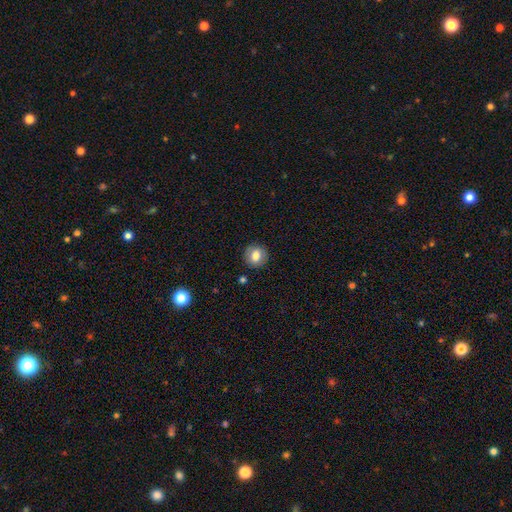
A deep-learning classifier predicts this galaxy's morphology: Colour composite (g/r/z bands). It shows a smooth galaxy with no disk features (80%) that is round (88%). Merging: none (89%).